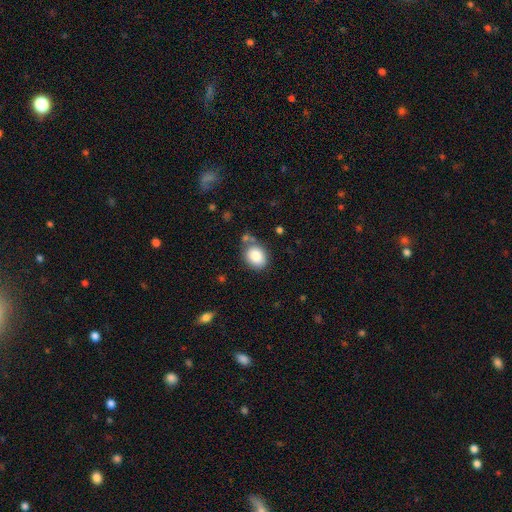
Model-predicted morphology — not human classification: The model was most divided on "how rounded": in between: 56%, round: 43%, cigar-shaped: 1%. More confident: smooth or featured — smooth (85%); merging — none (70%).